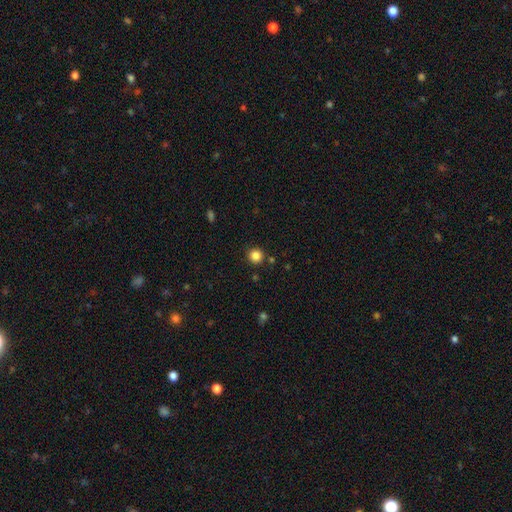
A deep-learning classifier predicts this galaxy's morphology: Smooth or featured: smooth — 84% (star or artifact — 12%)
How rounded: round — 94% (in between — 5%)
Merging: none — 89% (minor disturbance — 6%)